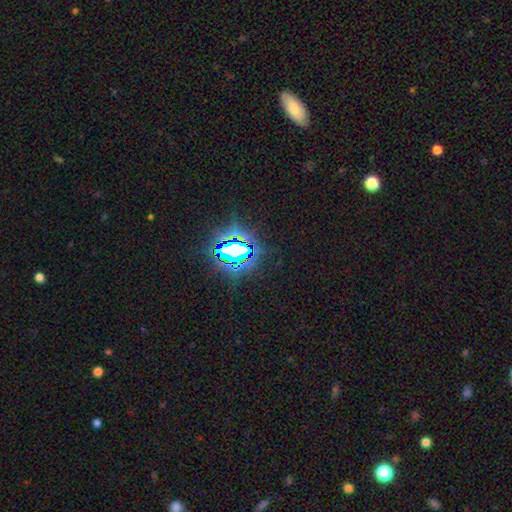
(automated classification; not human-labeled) The model was most divided on "smooth or featured": star or artifact: 80%, smooth: 12%, featured or disk: 8%.